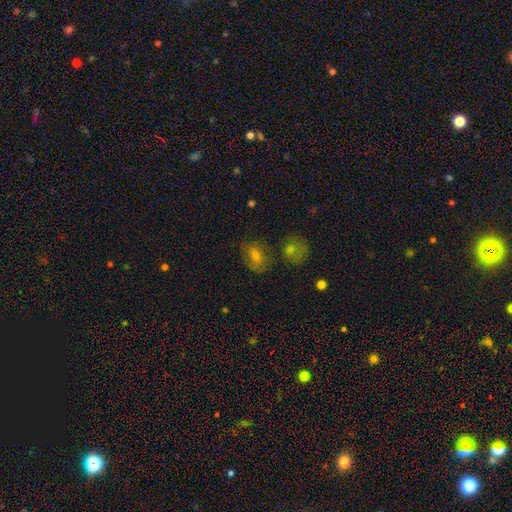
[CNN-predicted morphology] Smooth or featured? Predicted: smooth (p=0.55). How rounded? Predicted: in between (p=0.66). Merging? Predicted: none (p=0.64).